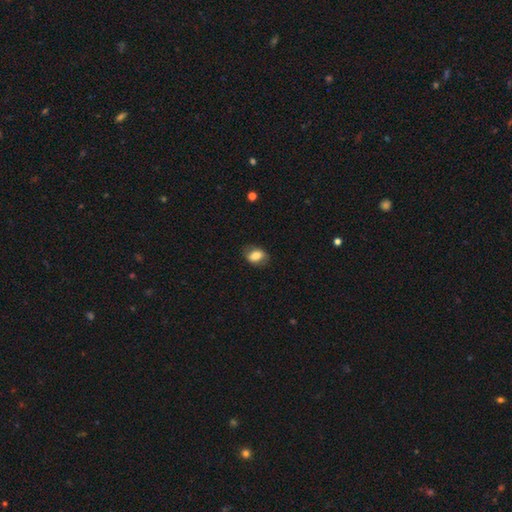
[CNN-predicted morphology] Overall: smooth (74%). How rounded: in between (78%). Merging: none (77%).